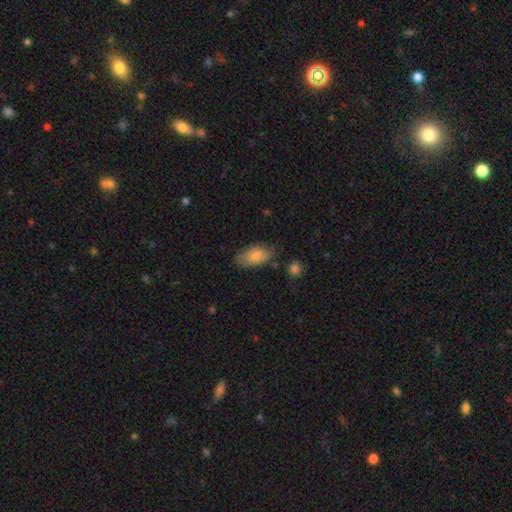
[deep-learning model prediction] Smooth or featured? Predicted: smooth (p=0.82). How rounded? Predicted: in between (p=0.93). Merging? Predicted: none (p=0.71).